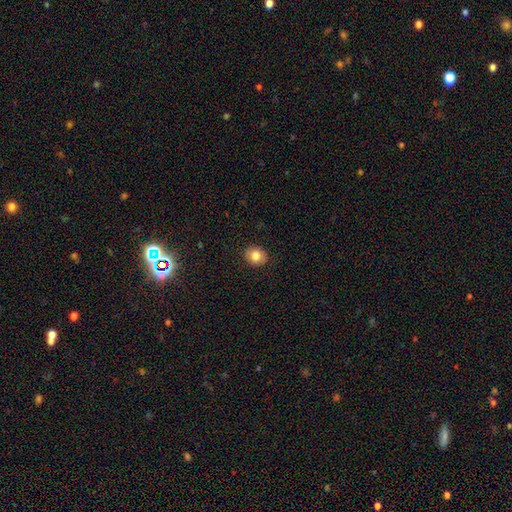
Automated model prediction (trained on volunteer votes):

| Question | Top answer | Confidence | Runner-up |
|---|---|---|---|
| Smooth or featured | smooth | 81% | featured or disk (10%) |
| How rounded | round | 70% | in between (29%) |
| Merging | none | 89% | minor disturbance (8%) |